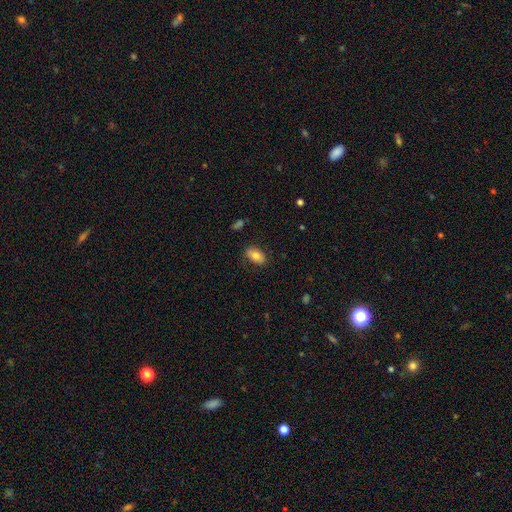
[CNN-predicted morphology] A smooth galaxy with no disk features (76%) that is in between round and cigar-shaped (91%).

Vote fractions:
- Smooth or featured? smooth: 76% / featured or disk: 16% / star or artifact: 8%
- How rounded? in between: 91% / round: 6% / cigar-shaped: 3%
- Merging? none: 79% / minor disturbance: 15% / major disturbance: 4% / merger: 1%